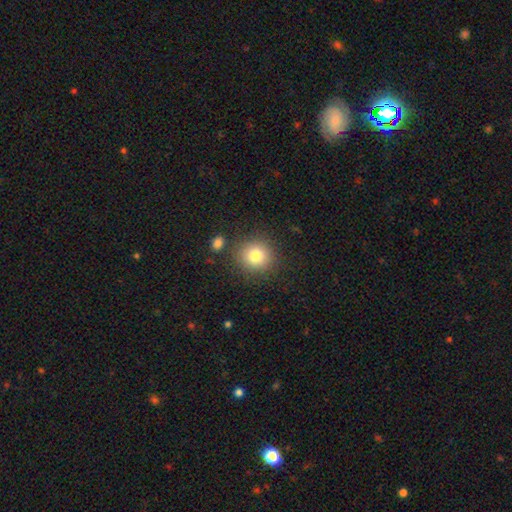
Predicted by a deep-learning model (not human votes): smooth-or-featured: smooth: 80% | star or artifact: 12% | featured or disk: 9%
  how-rounded: round: 89% | in between: 10% | cigar-shaped: 1%
  merging: none: 84% | minor disturbance: 8% | merger: 4% | major disturbance: 3%